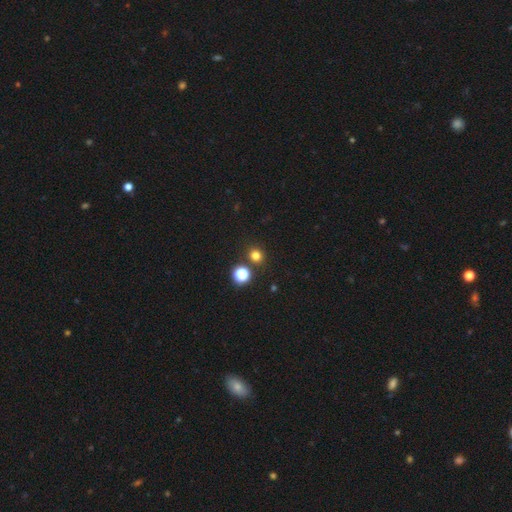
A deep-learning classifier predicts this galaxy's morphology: smooth 76%, star or artifact 19%, featured or disk 5%. Down the decision tree: how rounded — round (85%); merging — none (84%).